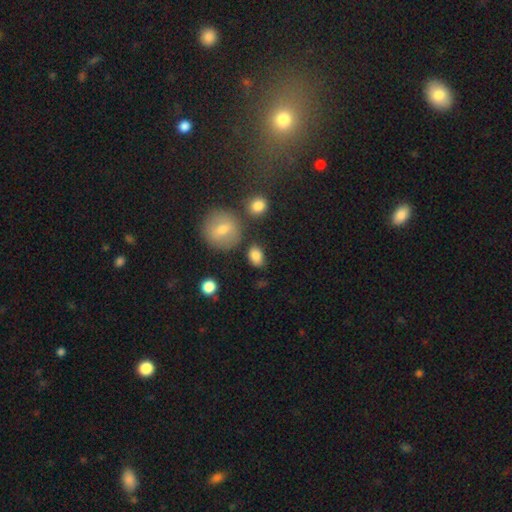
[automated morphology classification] Smooth or featured? smooth (84%)
How rounded? in between (76%)
Merging? none (75%)